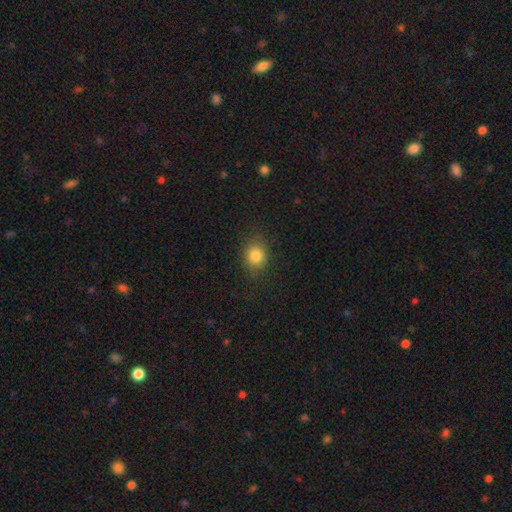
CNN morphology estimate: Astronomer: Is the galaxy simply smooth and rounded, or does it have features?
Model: smooth — 83%.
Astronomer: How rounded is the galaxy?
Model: round — 65%.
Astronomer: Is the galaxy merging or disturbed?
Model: none — 85%.